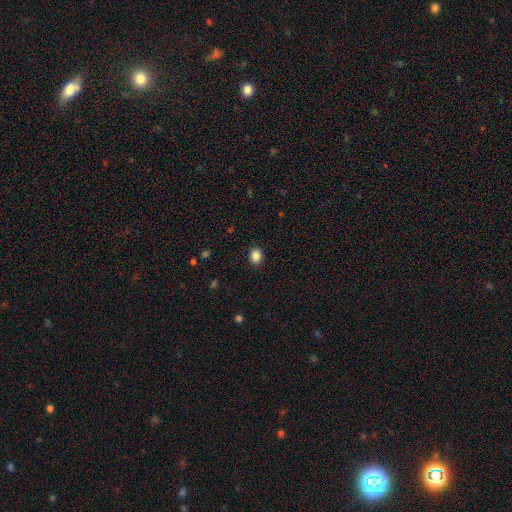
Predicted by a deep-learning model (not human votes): Smooth or featured? Predicted: smooth (p=0.87). How rounded? Predicted: in between (p=0.51). Merging? Predicted: none (p=0.90).